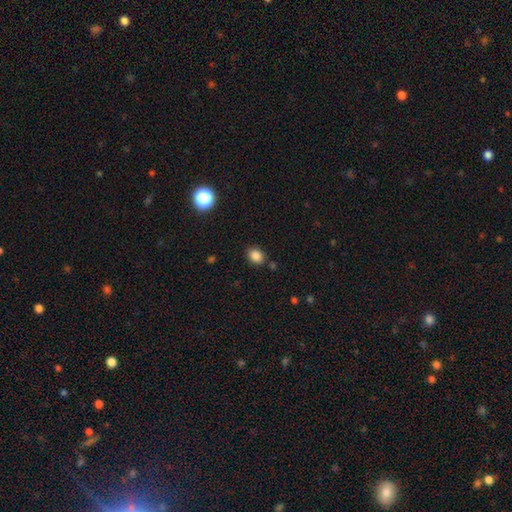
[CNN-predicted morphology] Smooth or featured? smooth (85%)
How rounded? in between (57%)
Merging? none (83%)